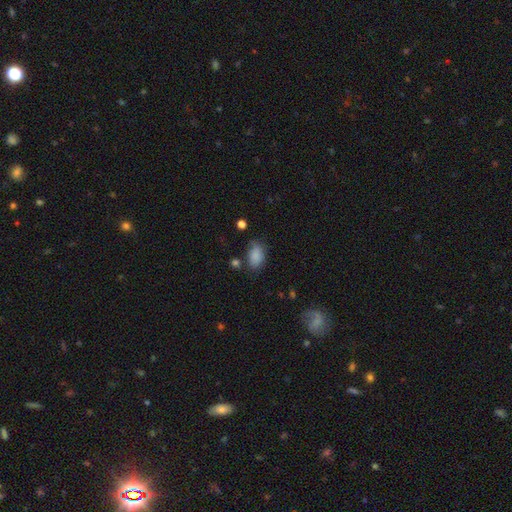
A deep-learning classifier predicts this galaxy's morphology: Smooth or featured? Predicted: smooth (p=0.86). How rounded? Predicted: in between (p=0.90). Merging? Predicted: none (p=0.67).